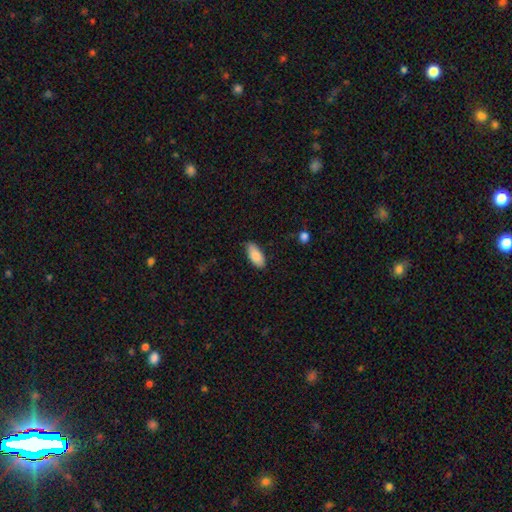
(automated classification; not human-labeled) Overall: smooth (85%). How rounded: in between (88%). Merging: none (80%).